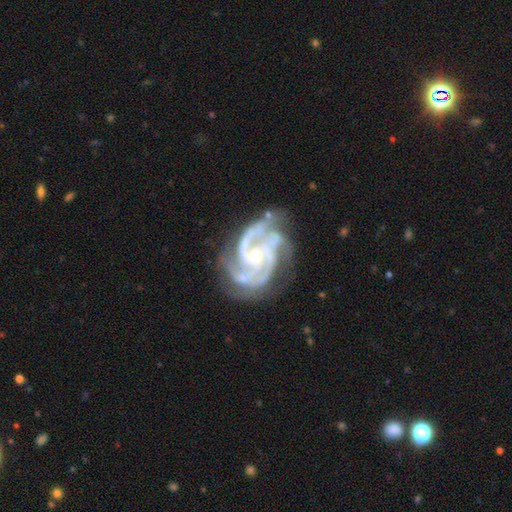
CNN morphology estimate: smooth-or-featured: featured or disk: 93% | star or artifact: 4% | smooth: 2%
  disk-edge-on: no: 98% | yes: 2%
    bar: no: 62% | weak: 27% | strong: 11%
    has-spiral-arms: yes: 99% | no: 1%
      spiral-winding: tight: 50% | medium: 45% | loose: 5%
      spiral-arm-count: 3: 56% | 4: 19% | 2: 11% | can't tell: 6% | more than 4: 4% | 1: 4%
    bulge-size: small: 67% | moderate: 29% | none: 2% | large: 1% | dominant: 1%
  merging: none: 68% | minor disturbance: 21% | major disturbance: 10% | merger: 2%